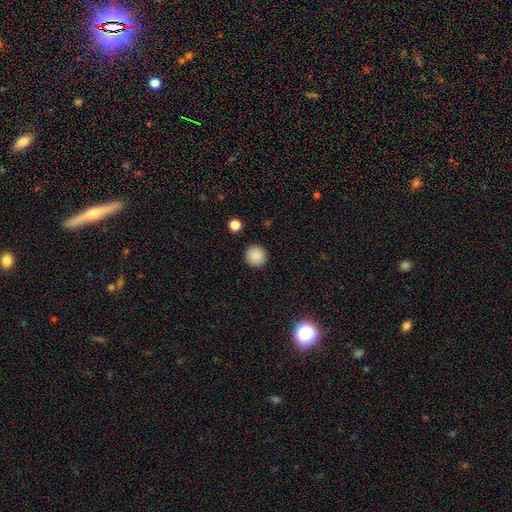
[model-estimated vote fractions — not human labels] Smooth or featured? Predicted: smooth (p=0.88). How rounded? Predicted: round (p=0.95). Merging? Predicted: none (p=0.92).